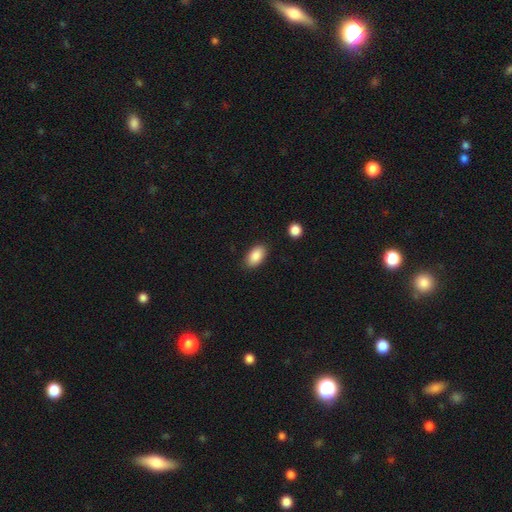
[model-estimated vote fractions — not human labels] The model was most divided on "merging": none: 87%, minor disturbance: 9%, major disturbance: 2%, merger: 2%. More confident: how rounded — in between (93%); smooth or featured — smooth (88%).